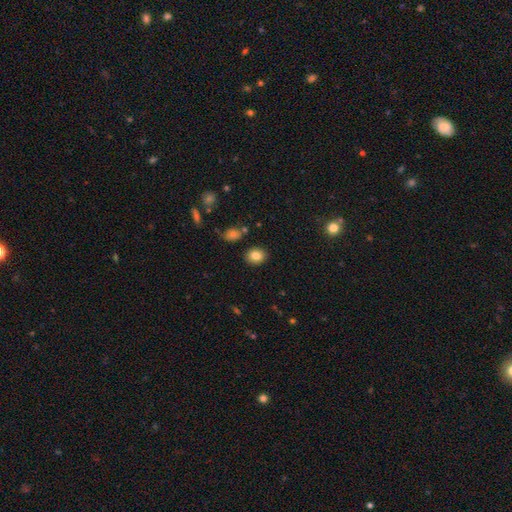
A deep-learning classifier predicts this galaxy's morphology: Smooth or featured? smooth (83%)
How rounded? round (52%)
Merging? none (87%)